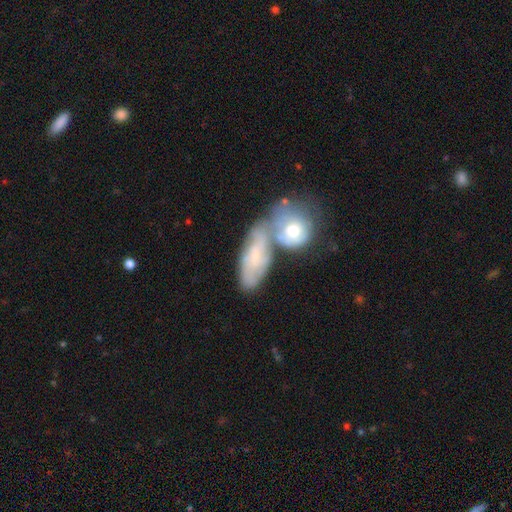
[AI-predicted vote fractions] A featured or disk galaxy (50%). Merging: merger (47%).